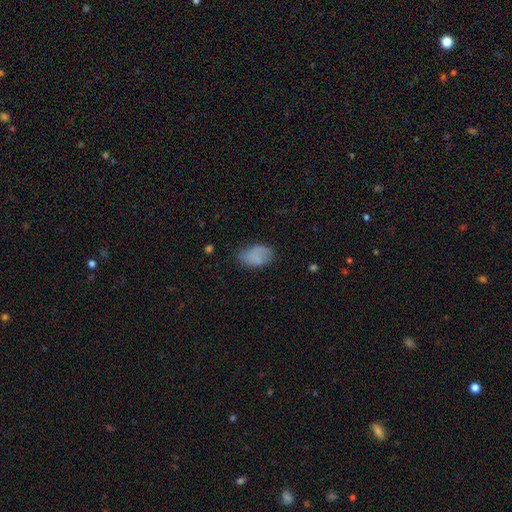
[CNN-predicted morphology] Smooth or featured? smooth (77%)
How rounded? in between (91%)
Merging? none (58%)